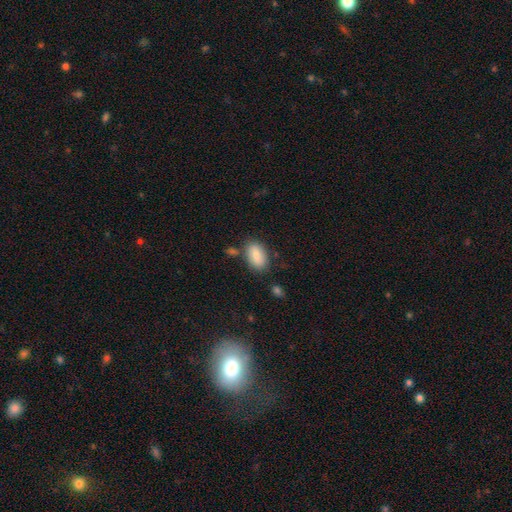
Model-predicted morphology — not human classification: Smooth or featured? Predicted: smooth (p=0.84). How rounded? Predicted: in between (p=0.92). Merging? Predicted: none (p=0.75).